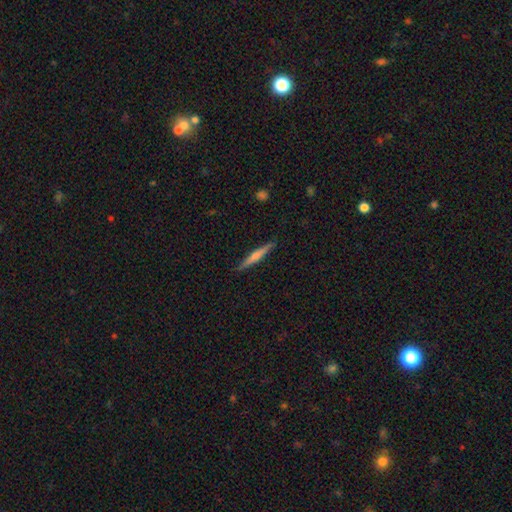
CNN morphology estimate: Smooth or featured: featured or disk — 50% (smooth — 44%)
Merging: none — 91% (minor disturbance — 7%)